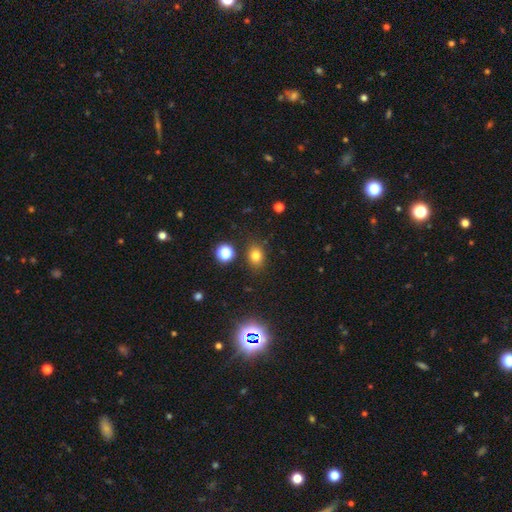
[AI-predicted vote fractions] Smooth or featured: smooth — 76% (star or artifact — 17%)
How rounded: in between — 55% (round — 43%)
Merging: none — 83% (minor disturbance — 10%)